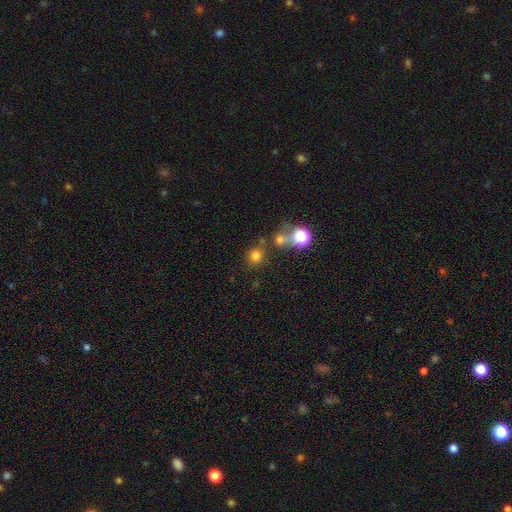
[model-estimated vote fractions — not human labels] Morphology: type=smooth (73%); roundness=round (89%); merging=none (71%).